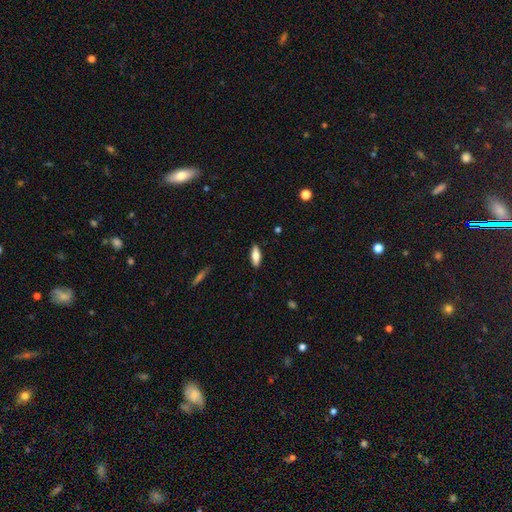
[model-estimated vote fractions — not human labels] Smooth or featured? smooth (73%)
How rounded? in between (69%)
Merging? none (88%)